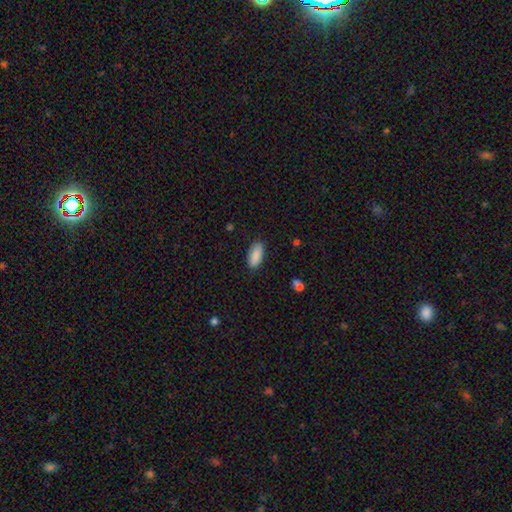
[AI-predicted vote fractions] smooth 89%, star or artifact 6%, featured or disk 5%. Down the decision tree: how rounded — in between (86%); merging — none (86%).